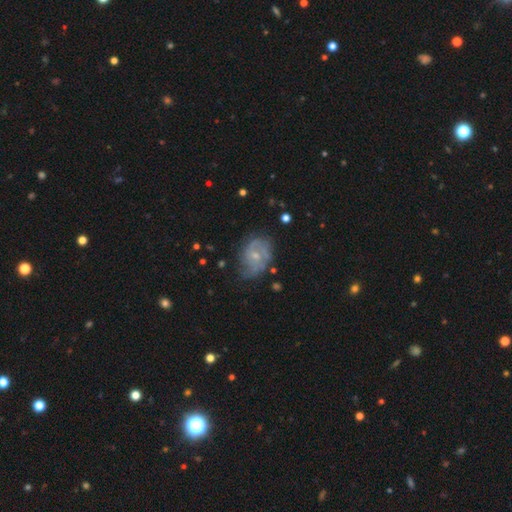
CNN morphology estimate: A featured or disk galaxy (71%) with no bar (69%), 2 (42%) tight (42%) spiral arms (83%) and a small central bulge (67%). Merging: none (60%).